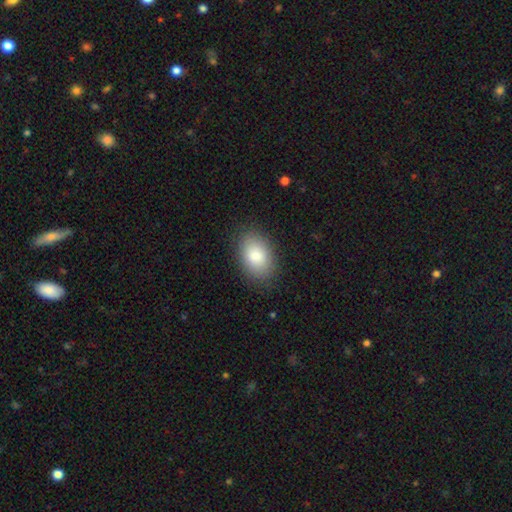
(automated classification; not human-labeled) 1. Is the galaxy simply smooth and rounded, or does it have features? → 86% smooth, 7% featured or disk, 7% star or artifact.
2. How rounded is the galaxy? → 87% in between, 12% round, 1% cigar-shaped.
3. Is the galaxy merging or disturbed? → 85% none, 10% minor disturbance, 3% major disturbance, 1% merger.